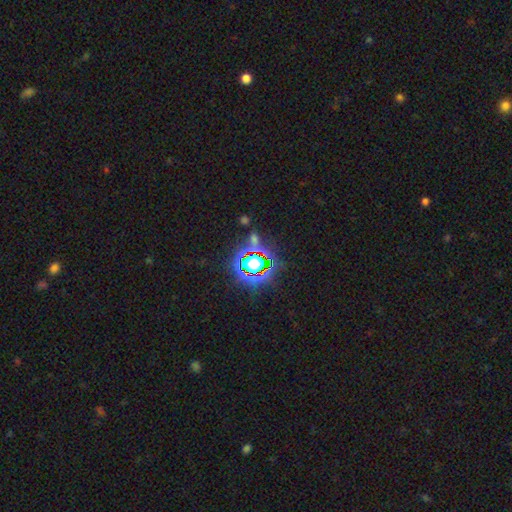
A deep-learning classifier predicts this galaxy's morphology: Smooth or featured? star or artifact (83%)